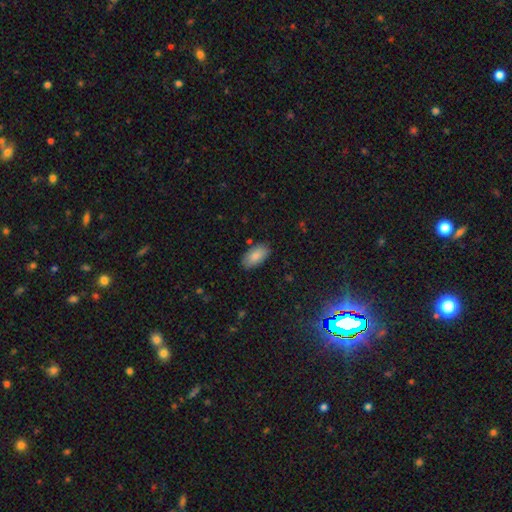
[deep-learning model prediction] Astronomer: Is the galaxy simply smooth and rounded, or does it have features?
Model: smooth — 86%.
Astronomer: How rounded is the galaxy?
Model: in between — 95%.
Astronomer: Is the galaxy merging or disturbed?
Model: none — 85%.